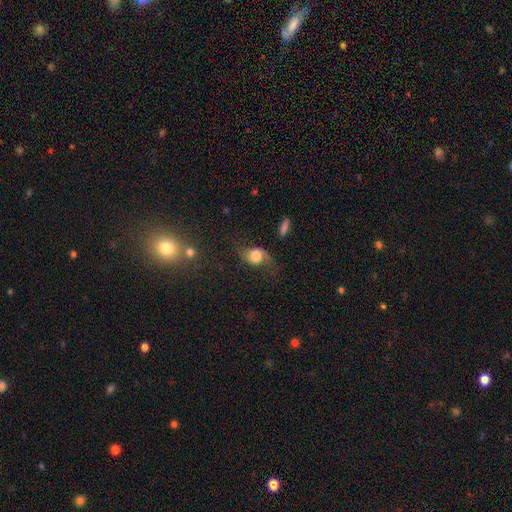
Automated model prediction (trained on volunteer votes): Overall: smooth (49%; featured or disk 41%). Merging: none (54%; minor disturbance 23%).